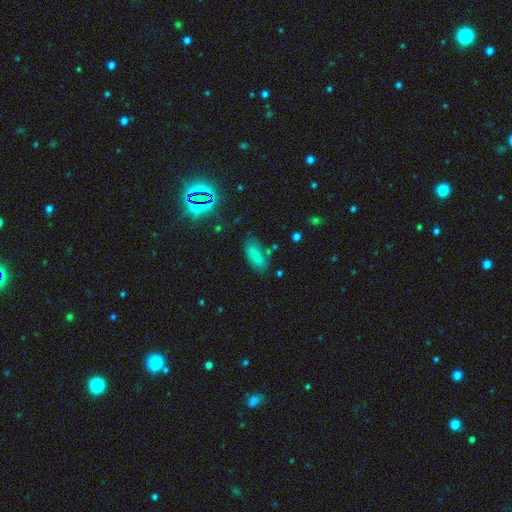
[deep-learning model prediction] Smooth or featured: smooth — 74% (featured or disk — 14%)
How rounded: in between — 85% (cigar-shaped — 11%)
Merging: none — 71% (minor disturbance — 19%)